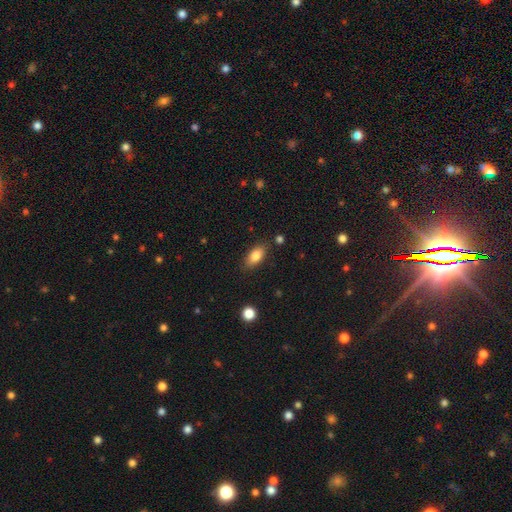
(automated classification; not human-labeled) Smooth or featured: smooth — 83% (featured or disk — 10%)
How rounded: in between — 88% (cigar-shaped — 8%)
Merging: none — 83% (minor disturbance — 12%)